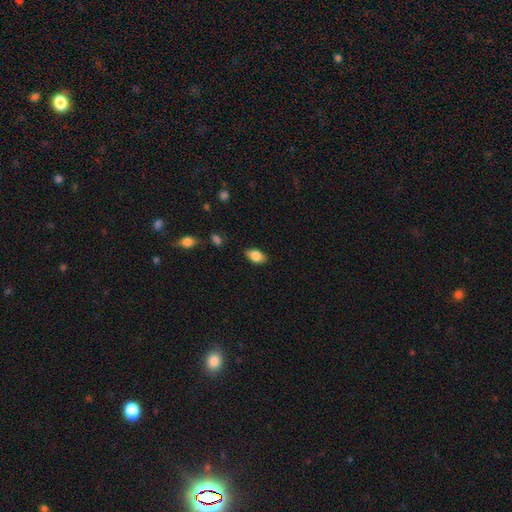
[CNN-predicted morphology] A smooth galaxy with no disk features (82%) that is in between round and cigar-shaped (90%).

Vote fractions:
- Smooth or featured? smooth: 82% / featured or disk: 10% / star or artifact: 8%
- How rounded? in between: 90% / round: 7% / cigar-shaped: 4%
- Merging? none: 83% / minor disturbance: 13% / major disturbance: 3% / merger: 1%